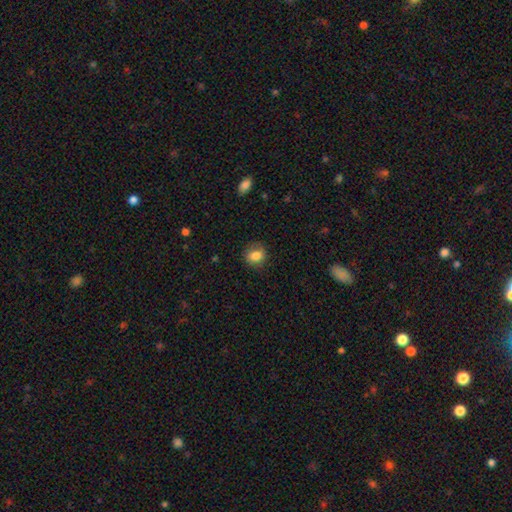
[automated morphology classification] This is clearly a smooth galaxy (82%). How rounded: possibly round (57%). Merging: likely none (78%).